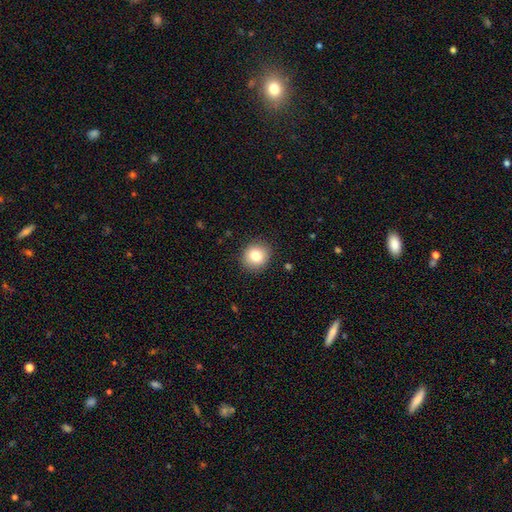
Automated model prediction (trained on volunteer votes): smooth_or_featured: smooth (p=0.81) [alt: star or artifact p=0.10]
how_rounded: round (p=0.83) [alt: in between p=0.16]
merging: none (p=0.90) [alt: minor disturbance p=0.07]